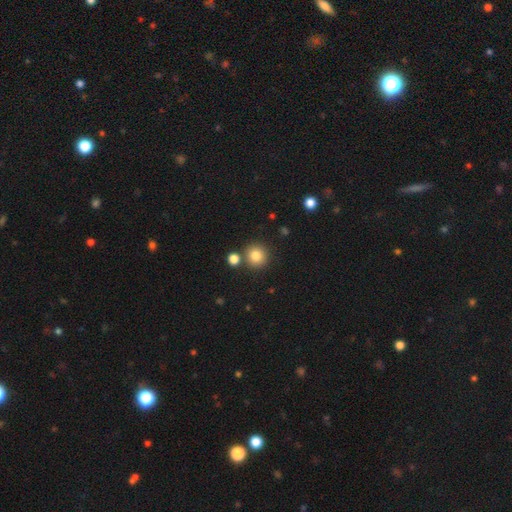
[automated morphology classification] The model was most divided on "merging": none: 80%, merger: 10%, minor disturbance: 7%, major disturbance: 2%. More confident: how rounded — round (93%); smooth or featured — smooth (82%).